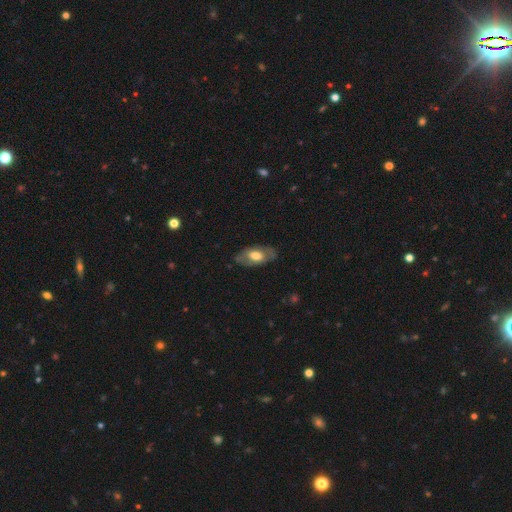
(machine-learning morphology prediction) The model was most divided on "smooth or featured": smooth: 52%, featured or disk: 42%, star or artifact: 6%. More confident: how rounded — in between (90%); merging — none (76%).